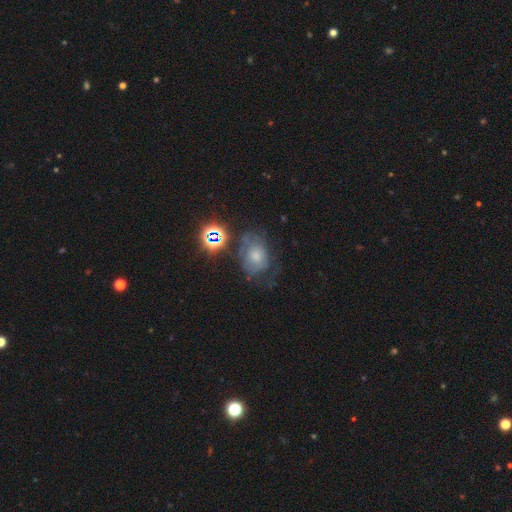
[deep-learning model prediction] smooth_or_featured: smooth (p=0.44) [alt: featured or disk p=0.35]
merging: none (p=0.43) [alt: minor disturbance p=0.27]